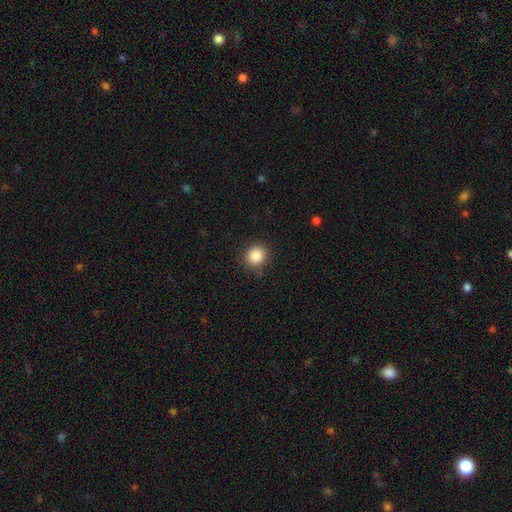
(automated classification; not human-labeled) smooth_or_featured: smooth (p=0.87) [alt: star or artifact p=0.10]
how_rounded: round (p=0.87) [alt: in between p=0.12]
merging: none (p=0.87) [alt: minor disturbance p=0.09]